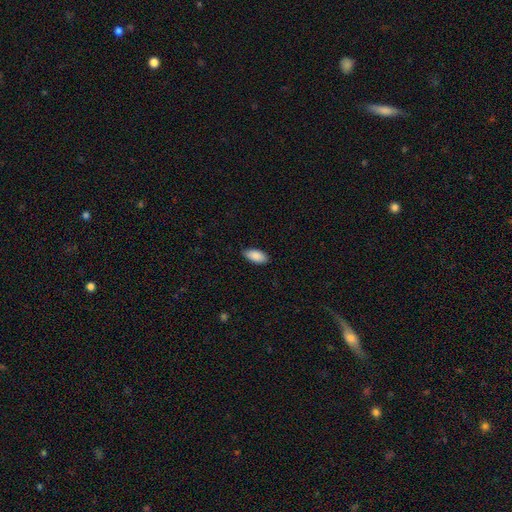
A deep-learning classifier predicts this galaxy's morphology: Smooth or featured: smooth — 89% (star or artifact — 6%)
How rounded: in between — 91% (cigar-shaped — 7%)
Merging: none — 83% (minor disturbance — 14%)